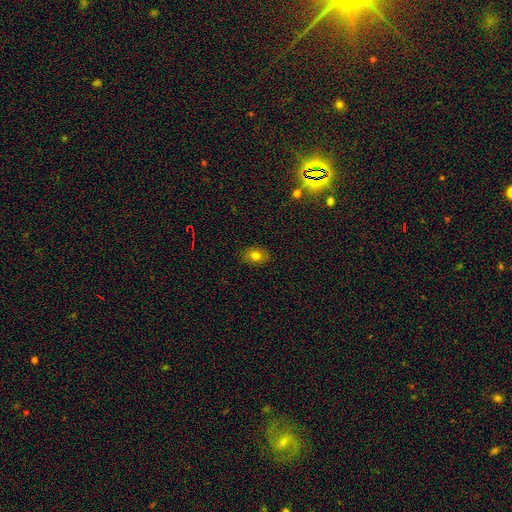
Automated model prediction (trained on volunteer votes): Smooth or featured? Predicted: smooth (p=0.77). How rounded? Predicted: in between (p=0.68). Merging? Predicted: none (p=0.86).